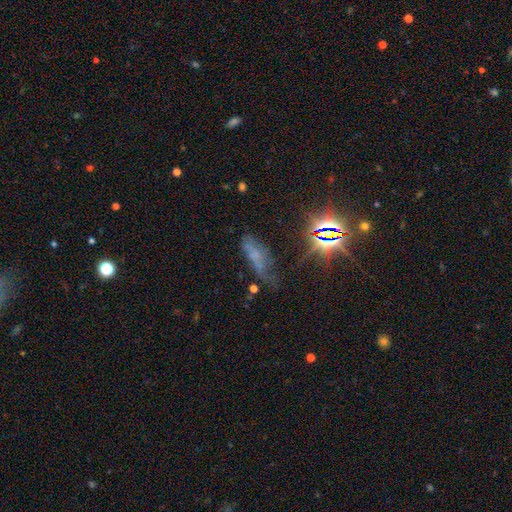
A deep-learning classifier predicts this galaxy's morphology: This appears to be a star or artifact, not a galaxy (37%).